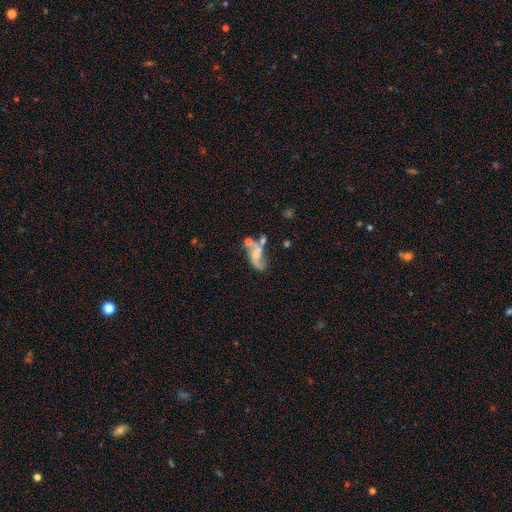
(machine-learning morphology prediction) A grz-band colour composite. It shows a featured or disk galaxy (66%) with no bar (60%), spiral arms (75%) and a small central bulge (39%). Merging: merger (34%).